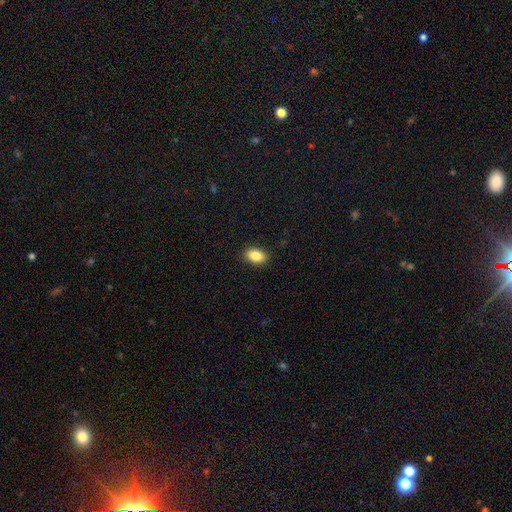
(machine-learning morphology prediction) type=smooth (87%); roundness=in between (88%); merging=none (89%).